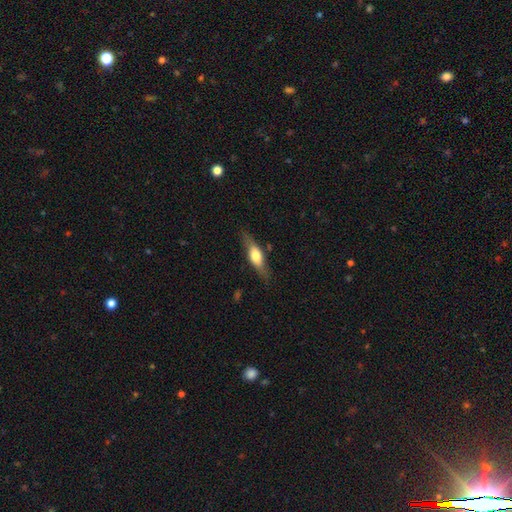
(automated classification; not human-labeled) Smooth or featured?
  - smooth: 51% *
  - featured or disk: 42%
  - star or artifact: 6%
How rounded?
  - cigar-shaped: 52% *
  - in between: 45%
  - round: 3%
Merging?
  - none: 78% *
  - minor disturbance: 16%
  - major disturbance: 4%
  - merger: 1%